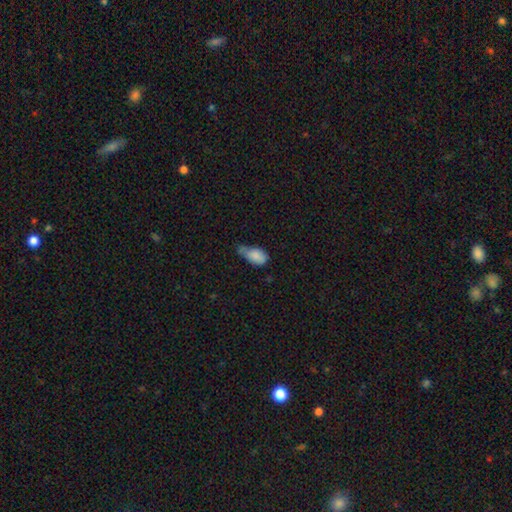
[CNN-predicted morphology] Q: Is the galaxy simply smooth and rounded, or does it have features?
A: smooth — 82%.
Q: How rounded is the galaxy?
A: in between — 90%.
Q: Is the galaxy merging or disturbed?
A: minor disturbance — 47%.